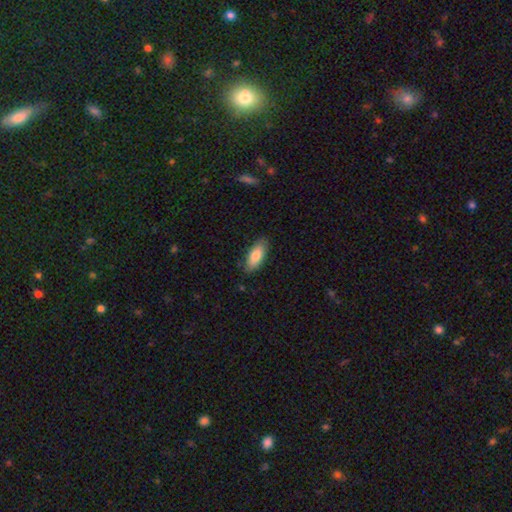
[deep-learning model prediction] This is clearly a smooth galaxy (80%). How rounded: clearly in between (81%). Merging: clearly none (84%).